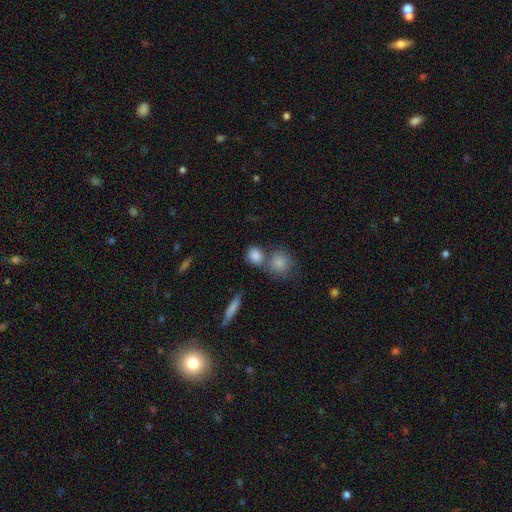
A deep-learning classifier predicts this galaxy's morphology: A smooth galaxy with no disk features (84%) that is round (67%).

Vote fractions:
- Smooth or featured? smooth: 84% / star or artifact: 9% / featured or disk: 7%
- How rounded? round: 67% / in between: 31% / cigar-shaped: 3%
- Merging? none: 47% / merger: 39% / minor disturbance: 10% / major disturbance: 4%